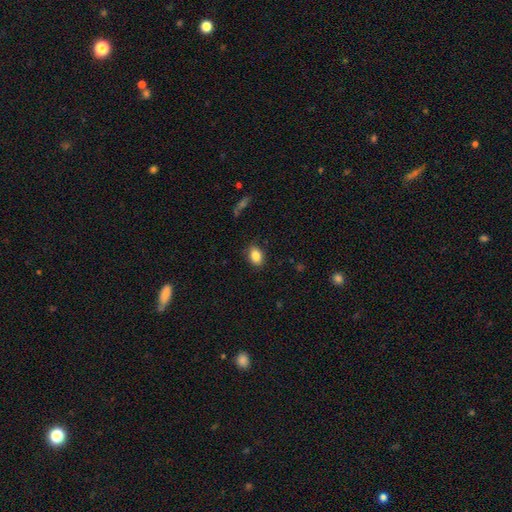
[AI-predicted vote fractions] smooth_or_featured: smooth (p=0.85) [alt: star or artifact p=0.09]
how_rounded: in between (p=0.76) [alt: round p=0.22]
merging: none (p=0.86) [alt: minor disturbance p=0.11]